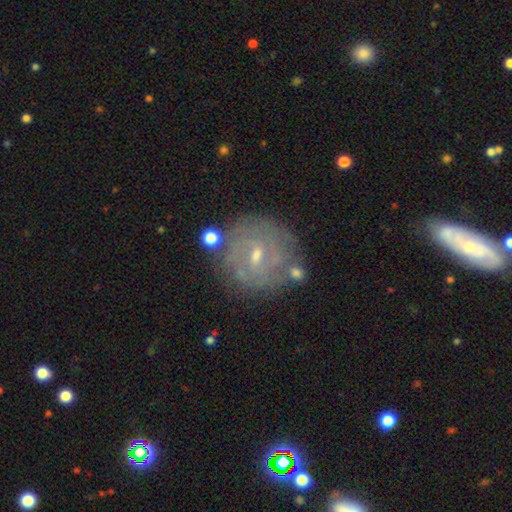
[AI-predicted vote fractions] Smooth or featured? Predicted: featured or disk (p=0.71). Edge-on disk? Predicted: no (p=0.97). Bar? Predicted: weak (p=0.58). Spiral arms? Predicted: yes (p=0.75). Spiral winding? Predicted: tight (p=0.68). Spiral arm count? Predicted: can't tell (p=0.53). Bulge size? Predicted: small (p=0.62). Merging? Predicted: none (p=0.75).